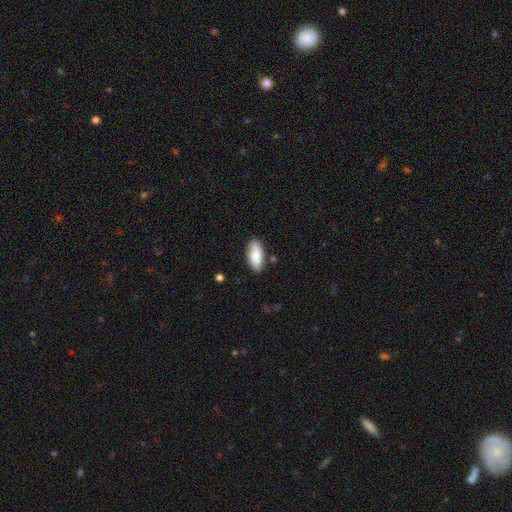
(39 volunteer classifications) Smooth or featured: smooth — 77% (featured or disk — 21%)
How rounded: in between — 83% (cigar-shaped — 17%)
Merging: none — 79% (minor disturbance — 16%)